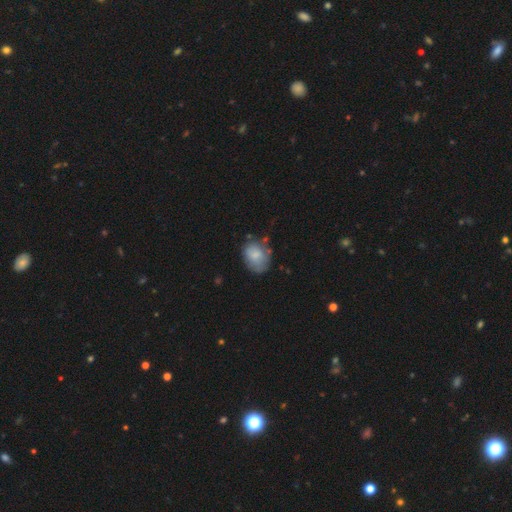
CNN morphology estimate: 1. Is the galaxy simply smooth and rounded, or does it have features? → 76% smooth, 17% featured or disk, 8% star or artifact.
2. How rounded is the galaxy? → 59% in between, 41% round, 1% cigar-shaped.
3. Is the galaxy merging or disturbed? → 57% none, 28% minor disturbance, 10% major disturbance, 5% merger.